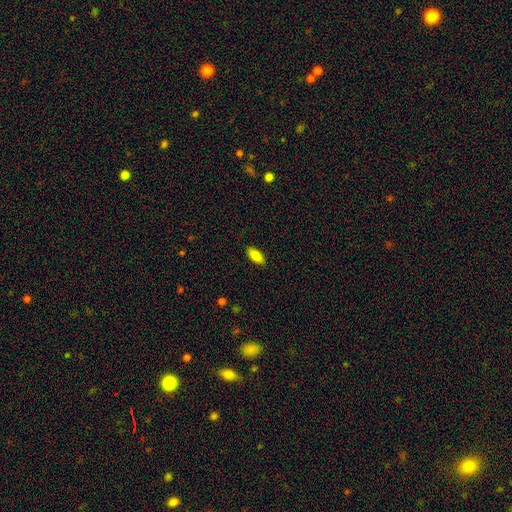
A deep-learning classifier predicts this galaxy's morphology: The model was most divided on "how rounded": in between: 86%, cigar-shaped: 12%, round: 2%. More confident: merging — none (87%); smooth or featured — smooth (85%).